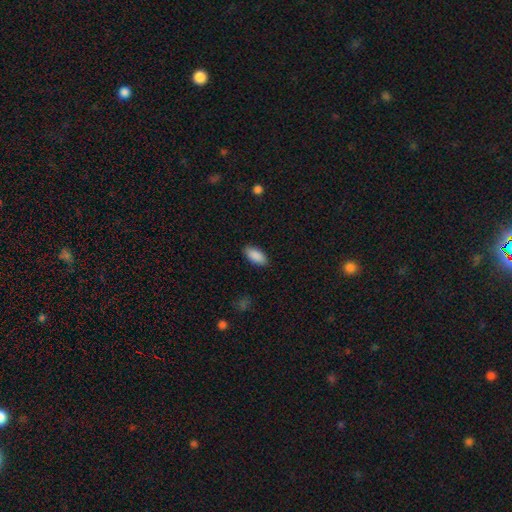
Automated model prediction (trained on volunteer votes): Q: Smooth or featured?
A: smooth (90%); runner-up: star or artifact (6%)
Q: How rounded?
A: in between (92%); runner-up: cigar-shaped (6%)
Q: Merging?
A: none (87%); runner-up: minor disturbance (9%)